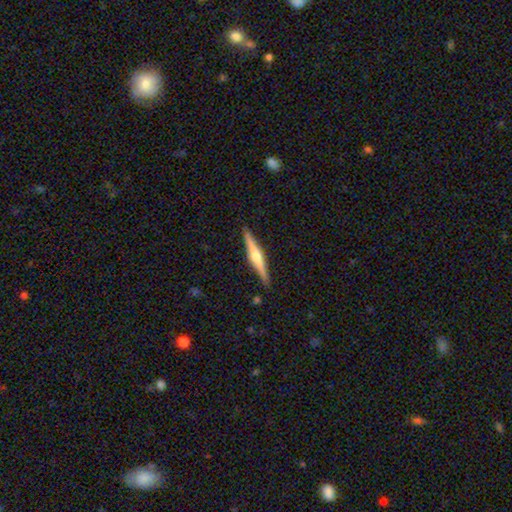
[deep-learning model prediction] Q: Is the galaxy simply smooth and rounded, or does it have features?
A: featured or disk — 68%.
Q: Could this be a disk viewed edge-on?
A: yes — 98%.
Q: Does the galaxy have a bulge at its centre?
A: rounded — 83%.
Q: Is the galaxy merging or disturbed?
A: none — 90%.